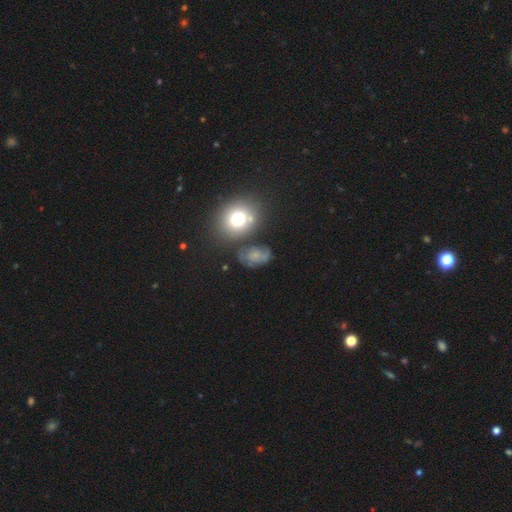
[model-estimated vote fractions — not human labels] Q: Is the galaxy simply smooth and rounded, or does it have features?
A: featured or disk — 46%.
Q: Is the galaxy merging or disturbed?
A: none — 56%.